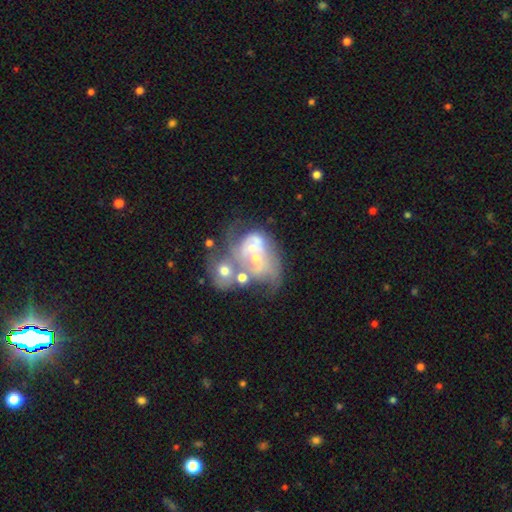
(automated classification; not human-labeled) smooth_or_featured: featured or disk (p=0.69) [alt: smooth p=0.19]
disk_edge_on: no (p=0.98) [alt: yes p=0.02]
bar: no (p=0.82) [alt: weak p=0.14]
has_spiral_arms: no (p=0.55) [alt: yes p=0.45]
bulge_size: small (p=0.42) [alt: moderate p=0.38]
merging: merger (p=0.60) [alt: major disturbance p=0.20]